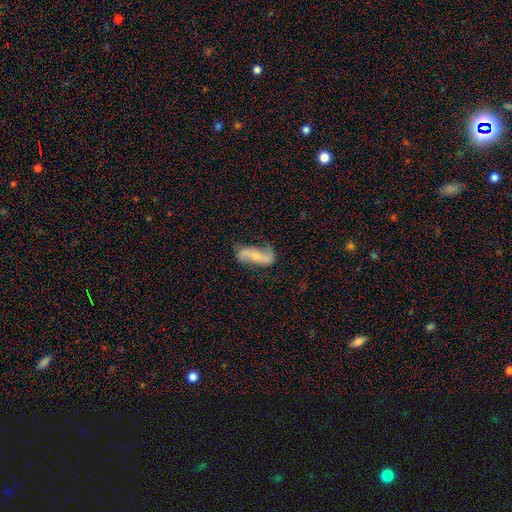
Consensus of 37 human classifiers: Smooth or featured? featured or disk (57%)
Edge-on disk? no (95%)
Bar? no (50%)
Spiral arms? yes (95%)
Spiral winding? loose (74%)
Spiral arm count? 2 (100%)
Bulge size? small (65%)
Merging? none (66%)